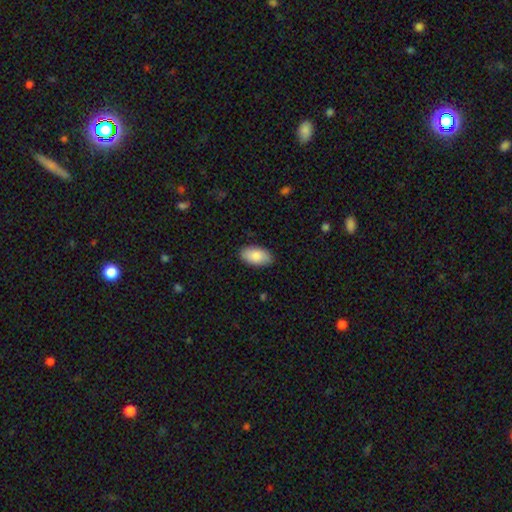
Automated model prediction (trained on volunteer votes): Morphology: type=smooth (87%); roundness=in between (95%); merging=none (87%).